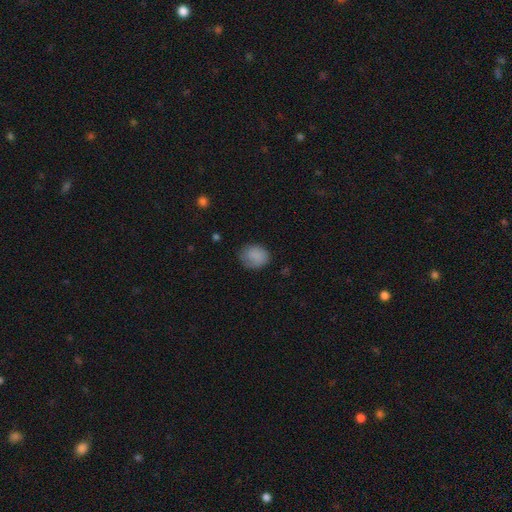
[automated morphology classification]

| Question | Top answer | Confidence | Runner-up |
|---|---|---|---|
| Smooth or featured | smooth | 86% | star or artifact (8%) |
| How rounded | round | 69% | in between (30%) |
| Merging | none | 69% | minor disturbance (23%) |